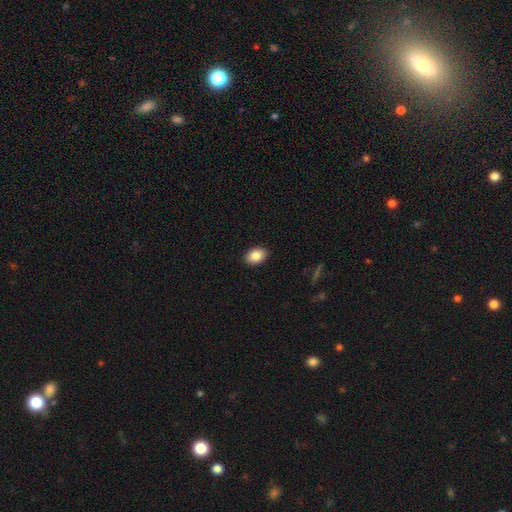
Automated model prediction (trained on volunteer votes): Q: Smooth or featured?
A: smooth (87%); runner-up: star or artifact (8%)
Q: How rounded?
A: in between (83%); runner-up: round (16%)
Q: Merging?
A: none (91%); runner-up: minor disturbance (7%)